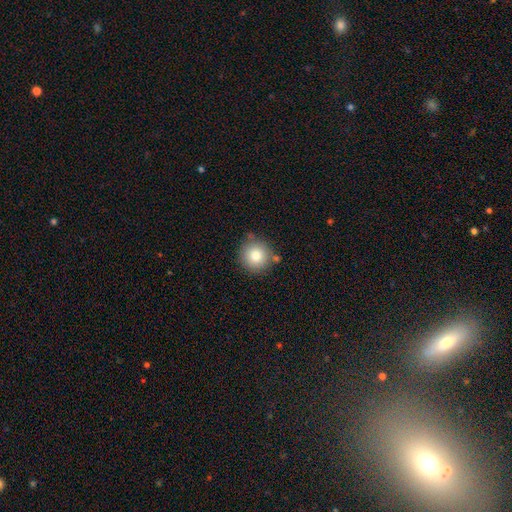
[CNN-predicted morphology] Smooth or featured? smooth (80%)
How rounded? round (94%)
Merging? none (77%)